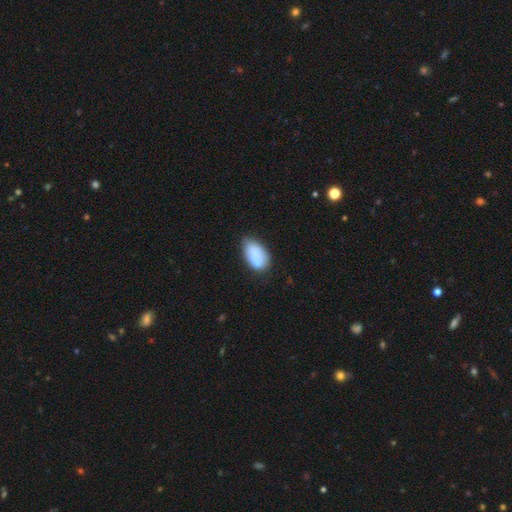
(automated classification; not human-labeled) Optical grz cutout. It shows a smooth galaxy with no disk features (79%) that is in between round and cigar-shaped (92%). Merging: none (48%).